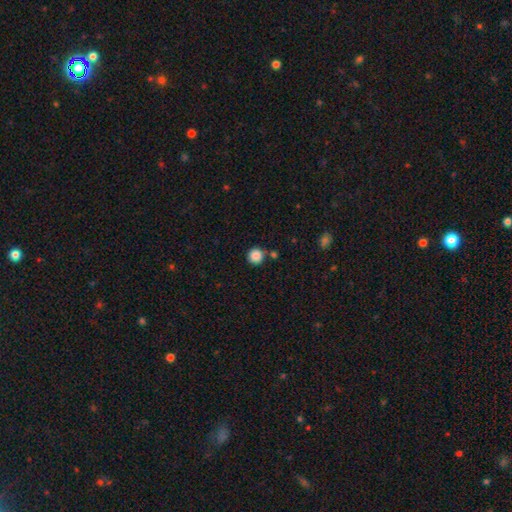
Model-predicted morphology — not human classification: This appears to be a smooth galaxy with no disk features (87%) that is round (95%). Merging: none (81%).